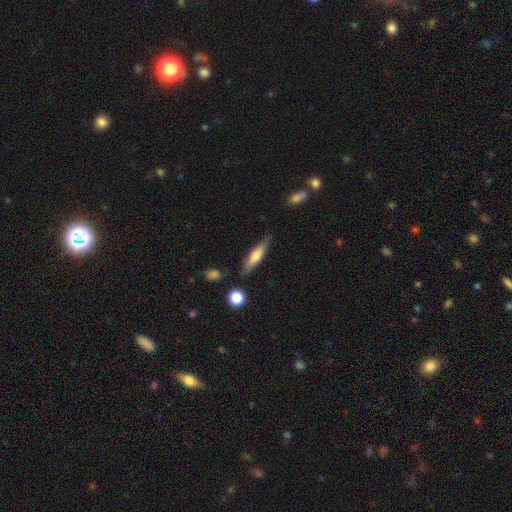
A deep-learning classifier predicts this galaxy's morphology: Smooth or featured: smooth — 56% (featured or disk — 37%)
How rounded: cigar-shaped — 77% (in between — 21%)
Merging: none — 79% (minor disturbance — 14%)